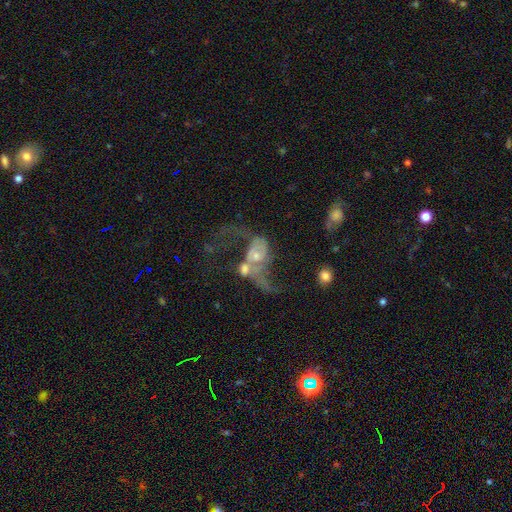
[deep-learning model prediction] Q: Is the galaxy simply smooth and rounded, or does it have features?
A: featured or disk — 71%.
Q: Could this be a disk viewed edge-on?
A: no — 96%.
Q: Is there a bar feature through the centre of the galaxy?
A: no — 70%.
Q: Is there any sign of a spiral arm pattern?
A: yes — 76%.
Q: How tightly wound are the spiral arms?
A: loose — 77%.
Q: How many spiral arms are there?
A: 2 — 72%.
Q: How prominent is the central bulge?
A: small — 47%.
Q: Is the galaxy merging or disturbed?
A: merger — 49%.